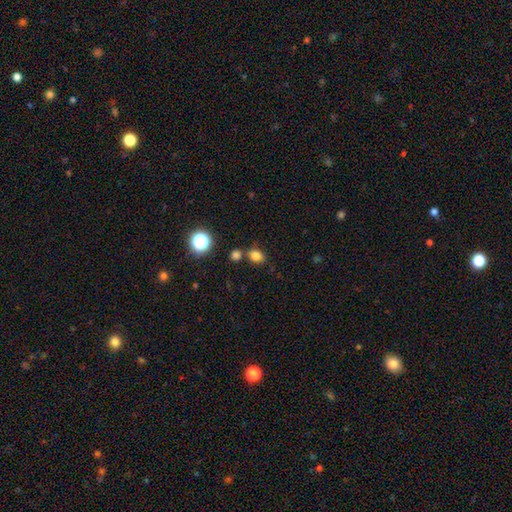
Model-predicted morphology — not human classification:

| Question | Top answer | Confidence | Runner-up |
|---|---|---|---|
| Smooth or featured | smooth | 79% | star or artifact (15%) |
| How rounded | round | 51% | in between (48%) |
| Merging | none | 69% | merger (16%) |